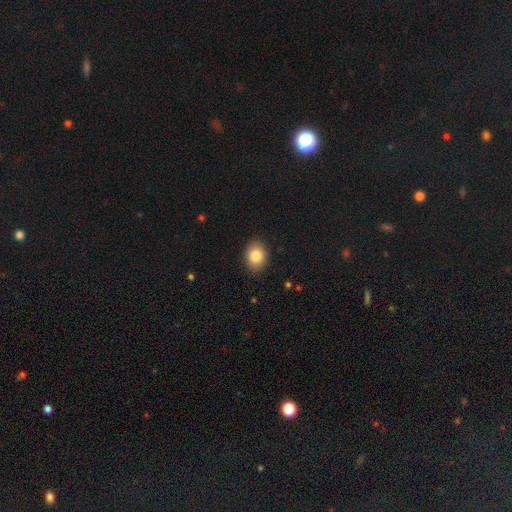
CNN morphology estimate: smooth 85%, star or artifact 8%, featured or disk 7%. Down the decision tree: how rounded — in between (66%); merging — none (88%).